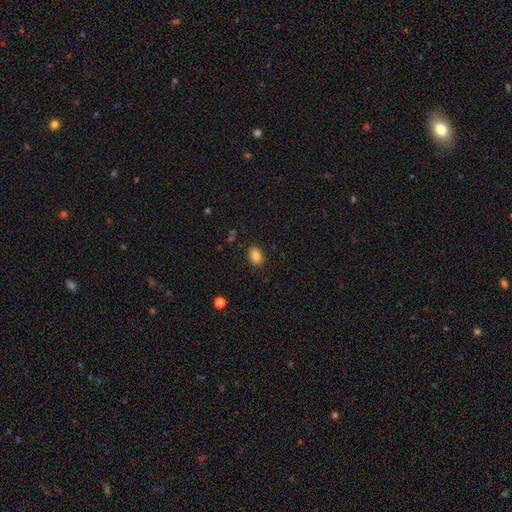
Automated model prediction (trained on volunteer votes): smooth_or_featured: smooth (p=0.85) [alt: star or artifact p=0.09]
how_rounded: in between (p=0.79) [alt: round p=0.20]
merging: none (p=0.86) [alt: minor disturbance p=0.10]